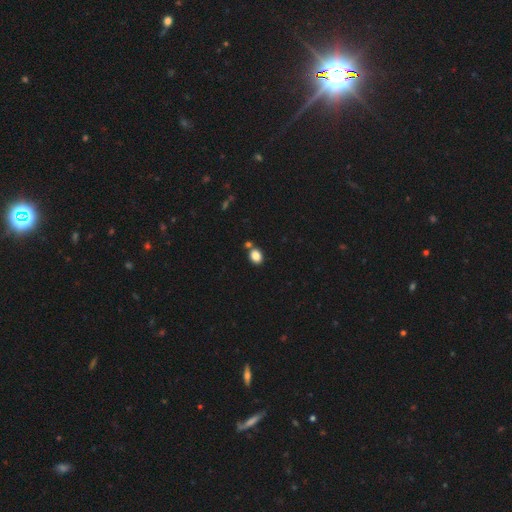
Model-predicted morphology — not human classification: Smooth or featured?
  - smooth: 85% *
  - star or artifact: 11%
  - featured or disk: 5%
How rounded?
  - in between: 51% *
  - round: 48%
  - cigar-shaped: 1%
Merging?
  - none: 71% *
  - merger: 16%
  - minor disturbance: 11%
  - major disturbance: 3%